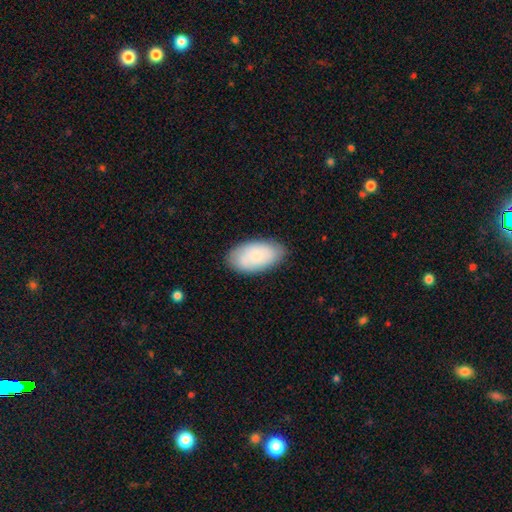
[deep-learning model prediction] This appears to be a smooth galaxy with no disk features (77%) that is in between round and cigar-shaped (95%). Merging: none (82%).